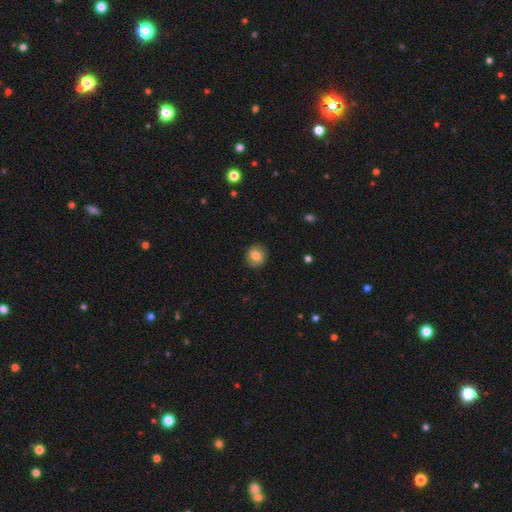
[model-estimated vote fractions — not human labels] smooth_or_featured: smooth (p=0.75) [alt: featured or disk p=0.16]
how_rounded: round (p=0.80) [alt: in between p=0.19]
merging: none (p=0.86) [alt: minor disturbance p=0.10]